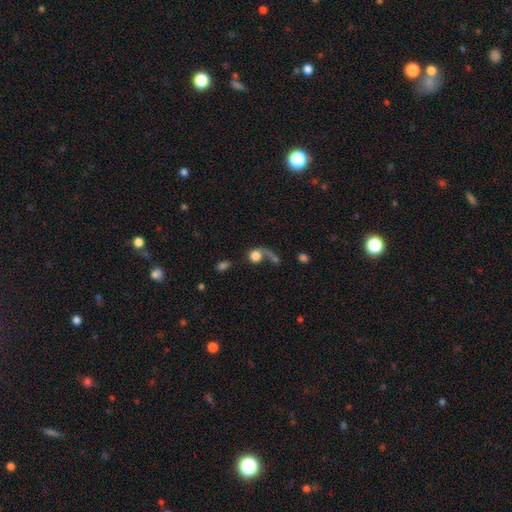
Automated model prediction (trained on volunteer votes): Smooth or featured: smooth — 64% (featured or disk — 25%)
How rounded: round — 71% (in between — 26%)
Merging: major disturbance — 34% (none — 30%)